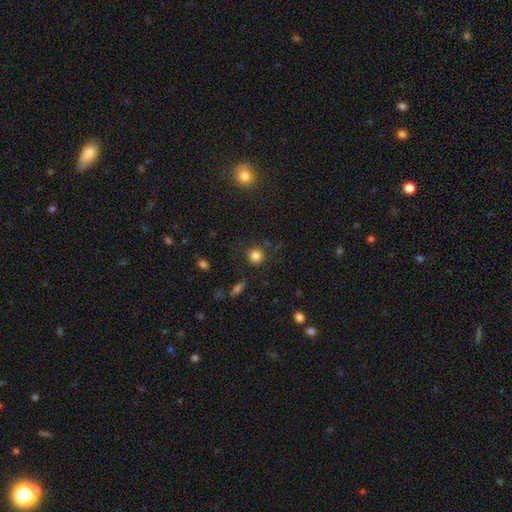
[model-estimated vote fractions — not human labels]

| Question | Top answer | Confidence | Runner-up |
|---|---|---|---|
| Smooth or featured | smooth | 82% | star or artifact (12%) |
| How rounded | round | 92% | in between (7%) |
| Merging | none | 85% | minor disturbance (9%) |